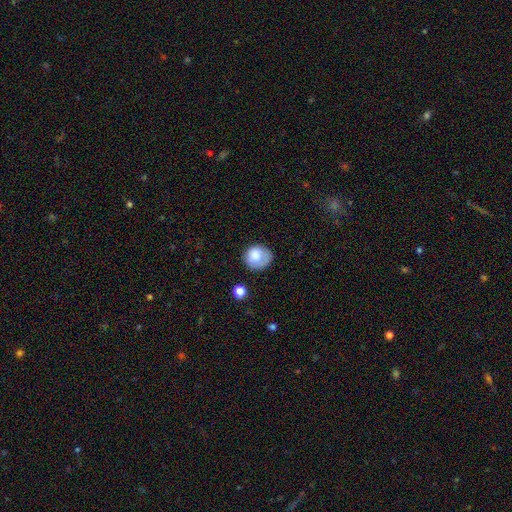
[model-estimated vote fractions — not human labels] The model was most divided on "merging": none: 60%, minor disturbance: 25%, major disturbance: 12%, merger: 3%. More confident: smooth or featured — smooth (77%); how rounded — round (76%).